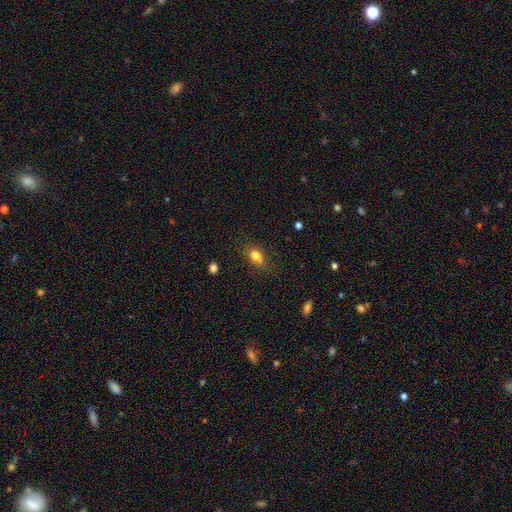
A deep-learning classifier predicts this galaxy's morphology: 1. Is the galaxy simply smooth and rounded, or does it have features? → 76% smooth, 13% star or artifact, 11% featured or disk.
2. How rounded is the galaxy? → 68% in between, 27% round, 5% cigar-shaped.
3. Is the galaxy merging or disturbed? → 58% none, 23% minor disturbance, 10% merger, 9% major disturbance.